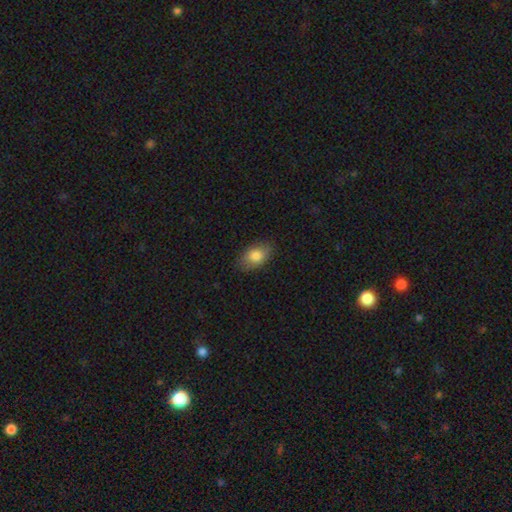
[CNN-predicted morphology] A smooth galaxy with no disk features (82%) that is in between round and cigar-shaped (88%).

Vote fractions:
- Smooth or featured? smooth: 82% / featured or disk: 10% / star or artifact: 7%
- How rounded? in between: 88% / round: 10% / cigar-shaped: 2%
- Merging? none: 82% / minor disturbance: 14% / major disturbance: 3% / merger: 1%